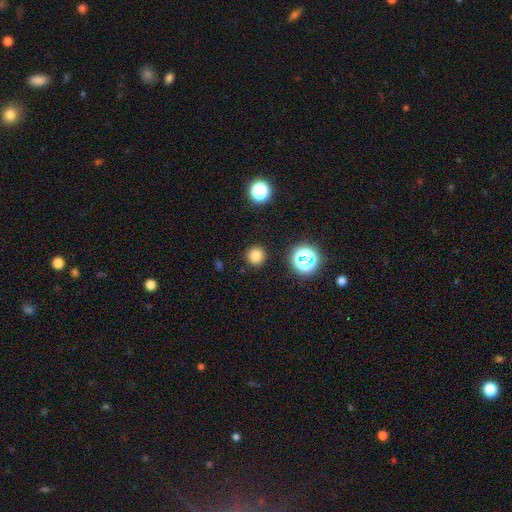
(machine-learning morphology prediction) The model was most divided on "smooth or featured": smooth: 77%, star or artifact: 18%, featured or disk: 5%. More confident: how rounded — round (95%); merging — none (91%).